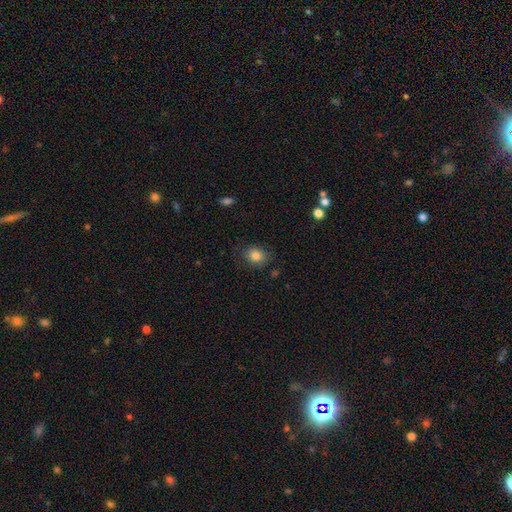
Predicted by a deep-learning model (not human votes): This is clearly a smooth galaxy (83%). How rounded: possibly round (57%). Merging: clearly none (83%).